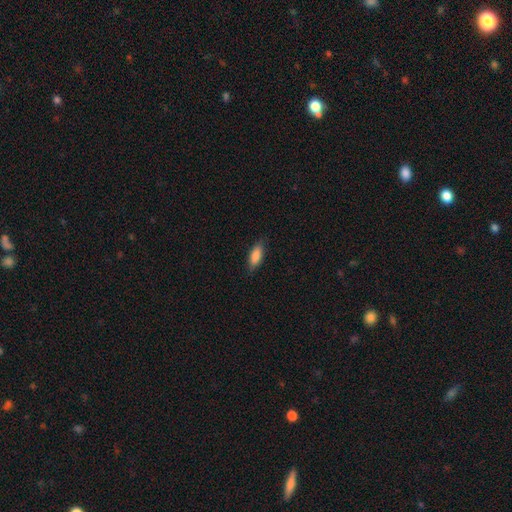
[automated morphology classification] A smooth galaxy with no disk features (85%) that is in between round and cigar-shaped (71%).

Vote fractions:
- Smooth or featured? smooth: 85% / featured or disk: 9% / star or artifact: 6%
- How rounded? in between: 71% / cigar-shaped: 27% / round: 2%
- Merging? none: 82% / minor disturbance: 14% / major disturbance: 3% / merger: 1%